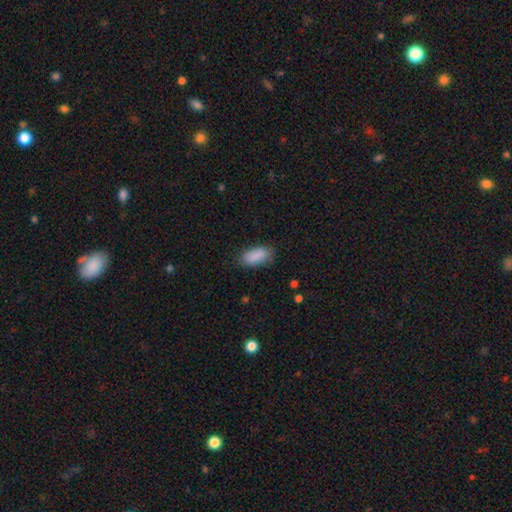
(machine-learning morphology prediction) Overall: smooth (89%). How rounded: in between (91%). Merging: none (80%).